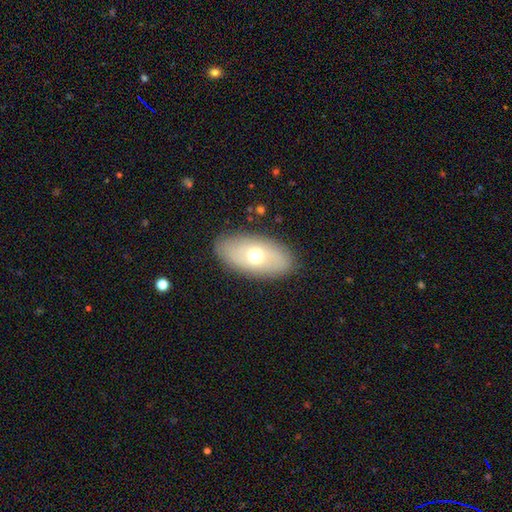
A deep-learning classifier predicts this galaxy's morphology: Smooth or featured: smooth — 60% (featured or disk — 32%)
How rounded: in between — 90% (round — 7%)
Merging: none — 84% (minor disturbance — 11%)